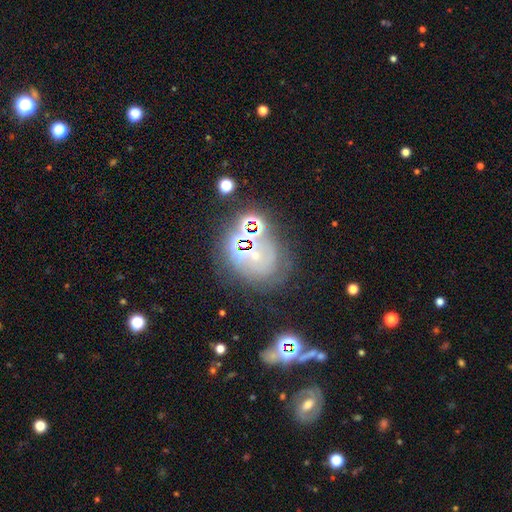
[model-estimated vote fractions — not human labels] A featured or disk galaxy (39%, tied with star or artifact).

Vote fractions:
- Smooth or featured? featured or disk: 39% (tied) / star or artifact: 39% (tied) / smooth: 23%
- Merging? none: 59% / minor disturbance: 19% / major disturbance: 13% / merger: 10%